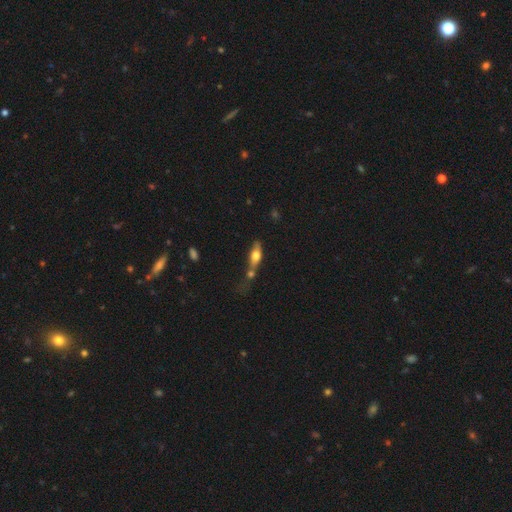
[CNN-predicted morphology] Overall: smooth (54%; featured or disk 39%). How rounded: in between (52%; cigar-shaped 43%). Merging: none (36%, tied with merger).